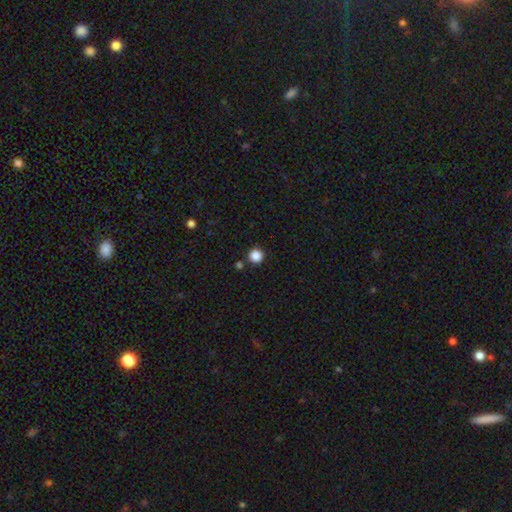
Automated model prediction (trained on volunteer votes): The model was most divided on "smooth or featured": smooth: 86%, star or artifact: 11%, featured or disk: 3%. More confident: how rounded — round (95%); merging — none (88%).